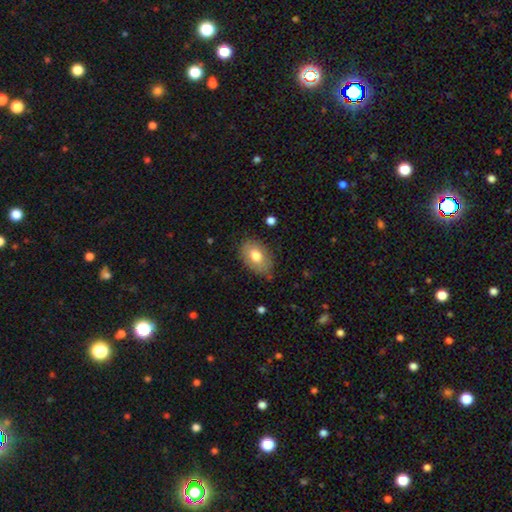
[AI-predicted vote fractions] Smooth or featured? smooth (74%)
How rounded? in between (86%)
Merging? none (77%)